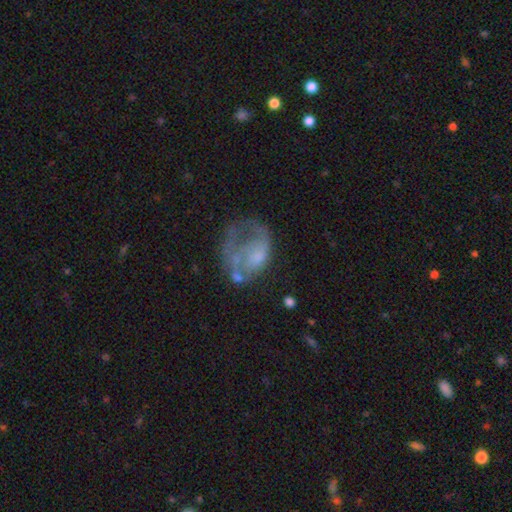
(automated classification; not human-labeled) Smooth or featured?
  - featured or disk: 59% *
  - smooth: 30%
  - star or artifact: 11%
Edge-on disk?
  - no: 97% *
  - yes: 3%
Bar?
  - no: 83% *
  - weak: 15%
  - strong: 3%
Spiral arms?
  - no: 65% *
  - yes: 35%
Bulge size?
  - none: 49% *
  - small: 25%
  - moderate: 21%
  - large: 4%
  - dominant: 2%
Merging?
  - major disturbance: 45% *
  - none: 28%
  - minor disturbance: 18%
  - merger: 9%